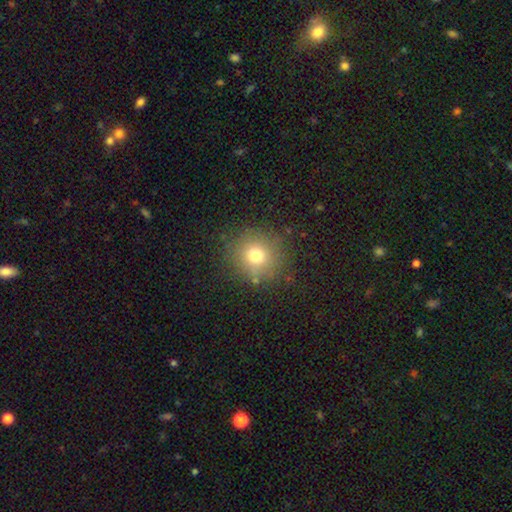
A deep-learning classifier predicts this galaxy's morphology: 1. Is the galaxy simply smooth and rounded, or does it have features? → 73% smooth, 16% star or artifact, 11% featured or disk.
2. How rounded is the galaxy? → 87% round, 12% in between, 1% cigar-shaped.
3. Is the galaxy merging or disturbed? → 83% none, 10% minor disturbance, 4% major disturbance, 2% merger.